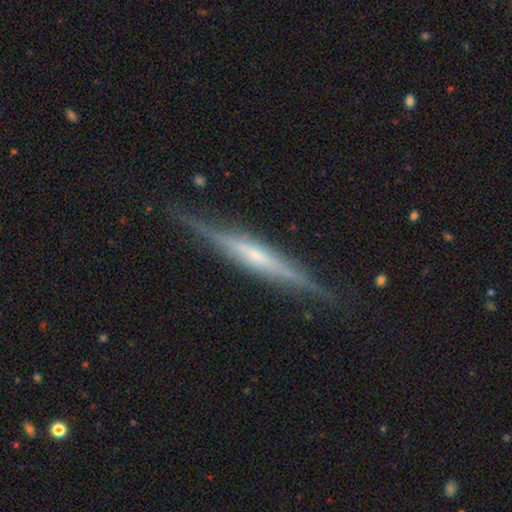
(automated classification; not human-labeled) Smooth or featured? Predicted: featured or disk (p=0.76). Edge-on disk? Predicted: yes (p=0.97). Edge-on bulge? Predicted: rounded (p=0.43). Merging? Predicted: none (p=0.84).